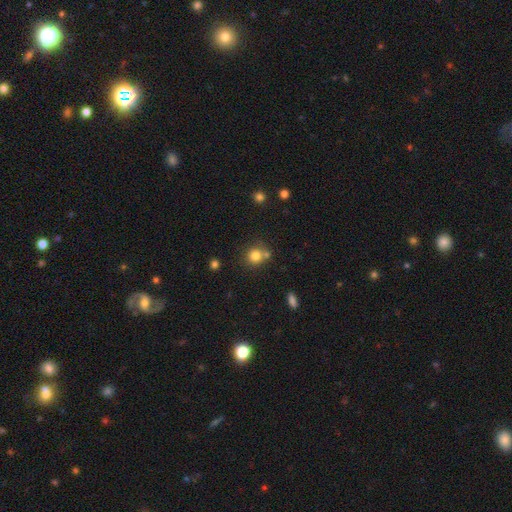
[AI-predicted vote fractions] Smooth or featured? Predicted: smooth (p=0.80). How rounded? Predicted: round (p=0.87). Merging? Predicted: none (p=0.62).